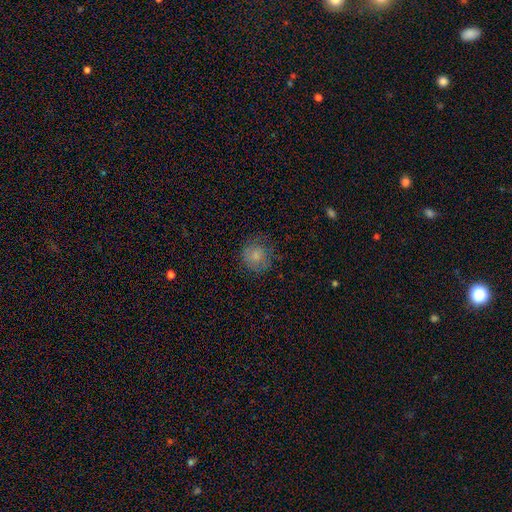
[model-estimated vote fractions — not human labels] Smooth or featured? Predicted: smooth (p=0.77). How rounded? Predicted: round (p=0.85). Merging? Predicted: none (p=0.69).